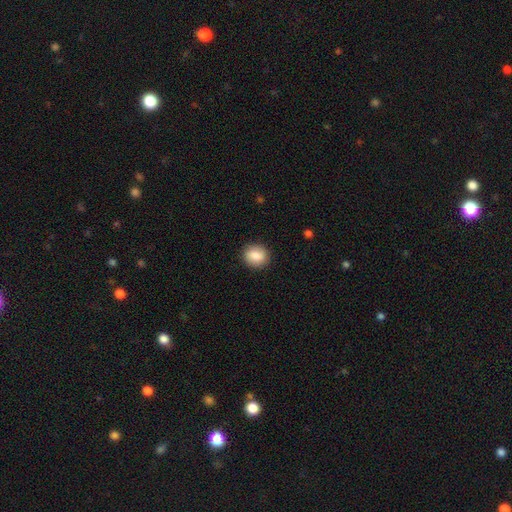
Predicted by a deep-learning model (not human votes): Smooth or featured? smooth (86%)
How rounded? round (68%)
Merging? none (89%)